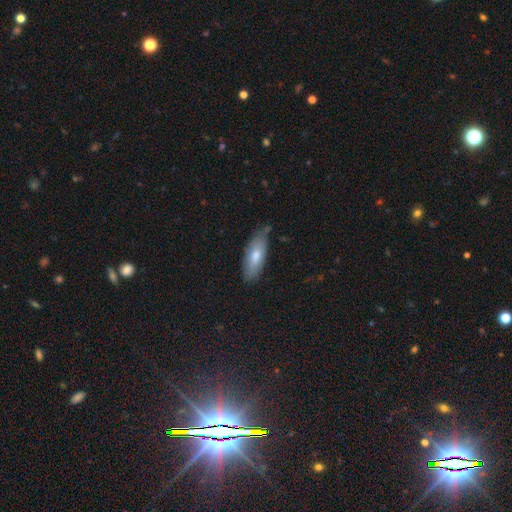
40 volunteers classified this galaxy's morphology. smooth_or_featured: smooth (p=0.82) [alt: featured or disk p=0.15]
how_rounded: in between (p=0.79) [alt: cigar-shaped p=0.21]
merging: none (p=0.69) [alt: minor disturbance p=0.28]